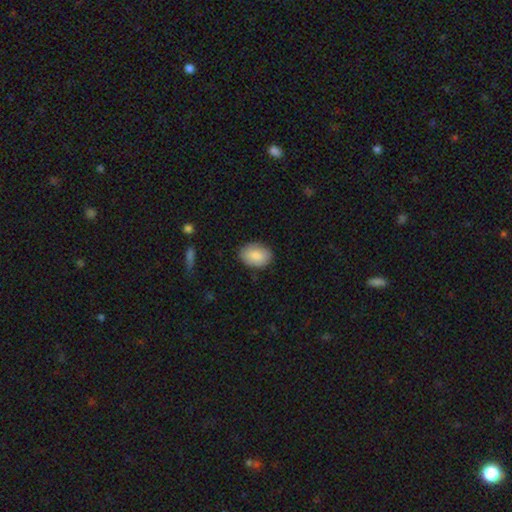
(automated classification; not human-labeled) Smooth or featured?
  - smooth: 86% *
  - featured or disk: 8%
  - star or artifact: 6%
How rounded?
  - in between: 79% *
  - round: 20%
  - cigar-shaped: 1%
Merging?
  - none: 83% *
  - minor disturbance: 13%
  - major disturbance: 3%
  - merger: 1%